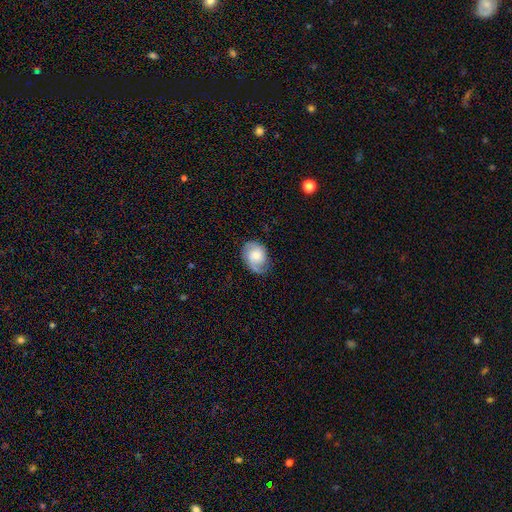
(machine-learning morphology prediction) type=featured or disk (65%); edge-on=no (97%); bar=no (67%); spiral arms=yes (93%); winding=medium (44%); arm count=2 (73%); bulge=moderate (43%); merging=none (73%).